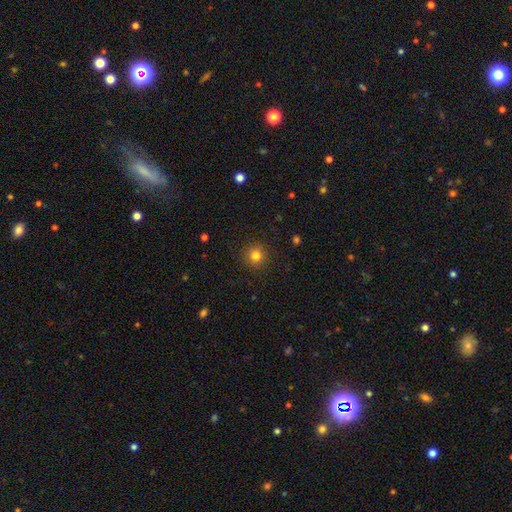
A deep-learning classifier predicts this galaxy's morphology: A smooth galaxy with no disk features (81%) that is round (94%). Merging: none (91%).